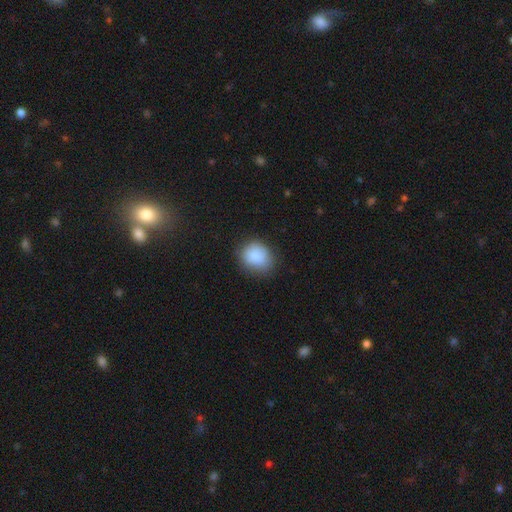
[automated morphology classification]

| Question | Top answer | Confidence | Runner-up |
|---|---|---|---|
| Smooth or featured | smooth | 87% | star or artifact (8%) |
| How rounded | round | 67% | in between (33%) |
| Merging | none | 78% | minor disturbance (16%) |